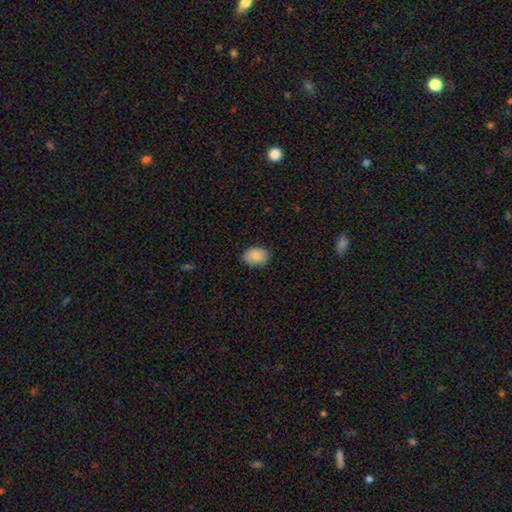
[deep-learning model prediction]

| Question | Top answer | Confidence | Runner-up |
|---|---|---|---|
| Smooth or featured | smooth | 87% | star or artifact (7%) |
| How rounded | in between | 69% | round (30%) |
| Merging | none | 84% | minor disturbance (13%) |